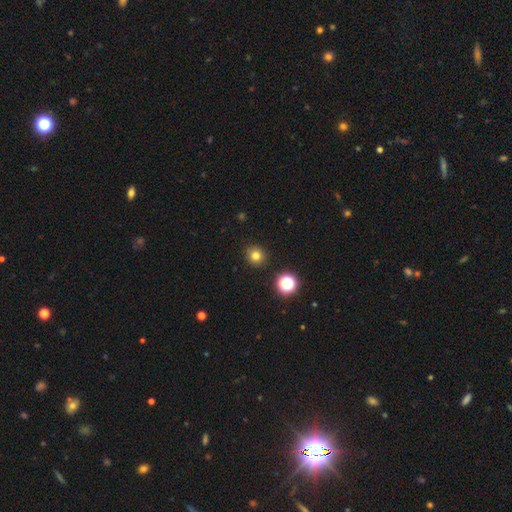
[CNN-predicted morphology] smooth-or-featured: smooth: 78% | star or artifact: 16% | featured or disk: 6%
  how-rounded: round: 92% | in between: 7% | cigar-shaped: 1%
  merging: none: 91% | minor disturbance: 6% | major disturbance: 2% | merger: 2%